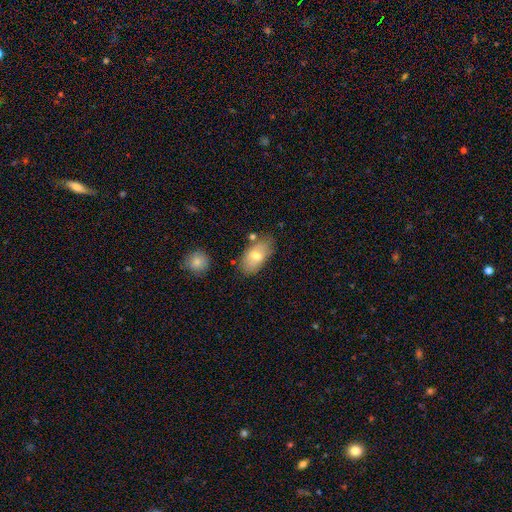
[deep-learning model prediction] Smooth or featured: smooth — 69% (featured or disk — 24%)
How rounded: in between — 92% (round — 5%)
Merging: none — 71% (minor disturbance — 17%)